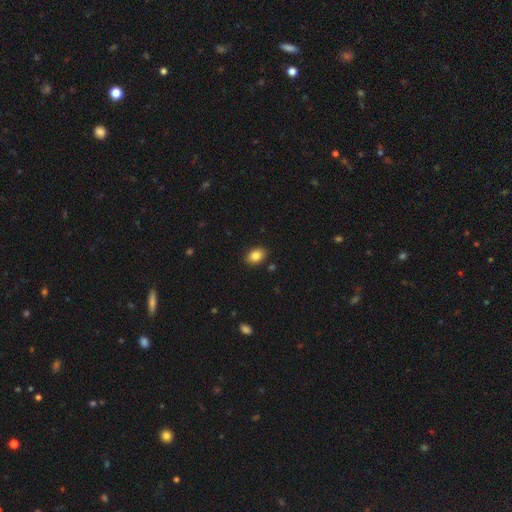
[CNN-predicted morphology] This appears to be a smooth galaxy with no disk features (85%) that is in between round and cigar-shaped (78%). Merging: none (88%).